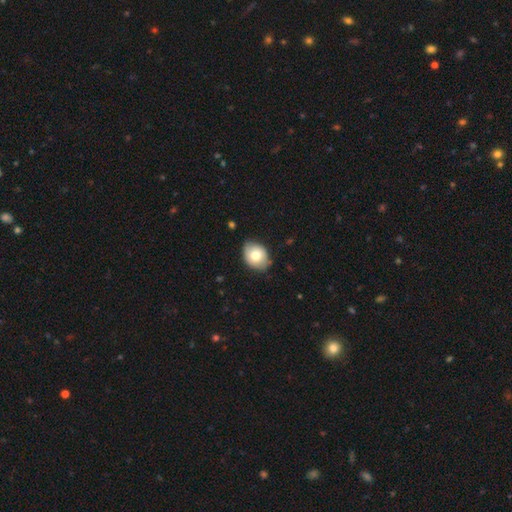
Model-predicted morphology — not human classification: Overall: smooth (74%). How rounded: in between (54%; round 45%). Merging: none (75%).